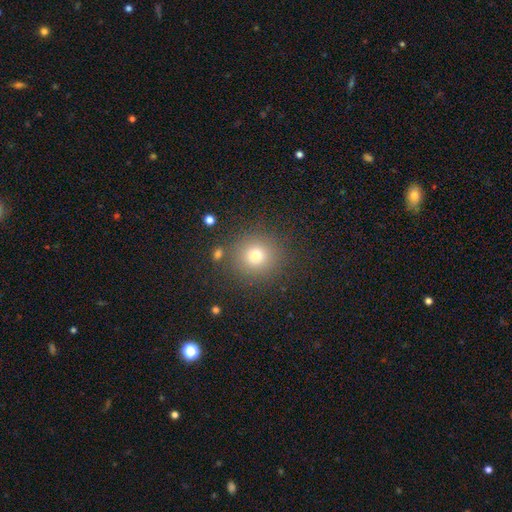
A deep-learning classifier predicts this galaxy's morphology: Smooth or featured? Predicted: smooth (p=0.73). How rounded? Predicted: round (p=0.93). Merging? Predicted: none (p=0.87).